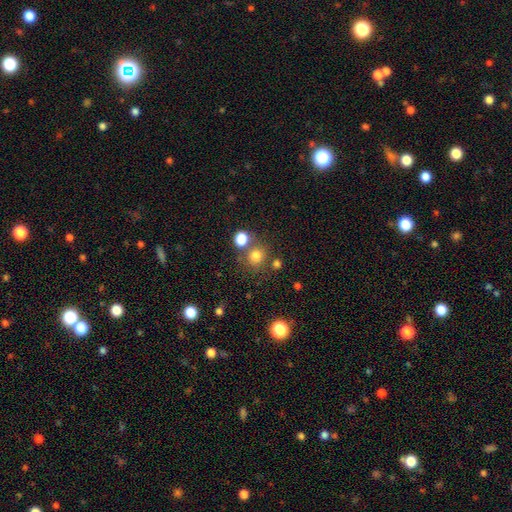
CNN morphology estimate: Smooth or featured: smooth — 77% (star or artifact — 15%)
How rounded: round — 86% (in between — 13%)
Merging: none — 67% (merger — 19%)